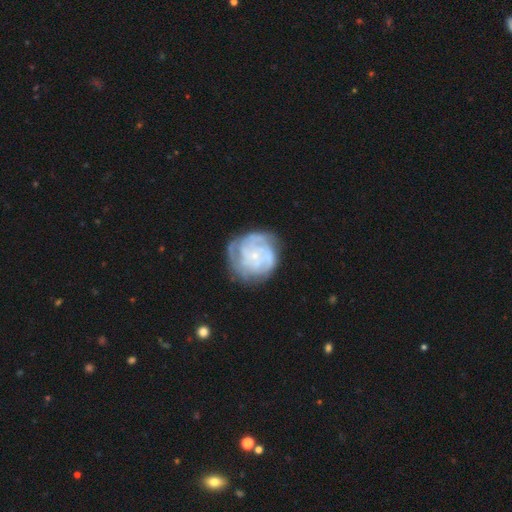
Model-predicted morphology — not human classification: Q: Smooth or featured?
A: featured or disk (78%); runner-up: smooth (16%)
Q: Edge-on disk?
A: no (98%); runner-up: yes (2%)
Q: Bar?
A: no (79%); runner-up: weak (18%)
Q: Spiral arms?
A: yes (90%); runner-up: no (10%)
Q: Spiral winding?
A: tight (67%); runner-up: medium (26%)
Q: Spiral arm count?
A: can't tell (34%); runner-up: 3 (23%)
Q: Bulge size?
A: small (80%); runner-up: moderate (12%)
Q: Merging?
A: none (68%); runner-up: minor disturbance (20%)